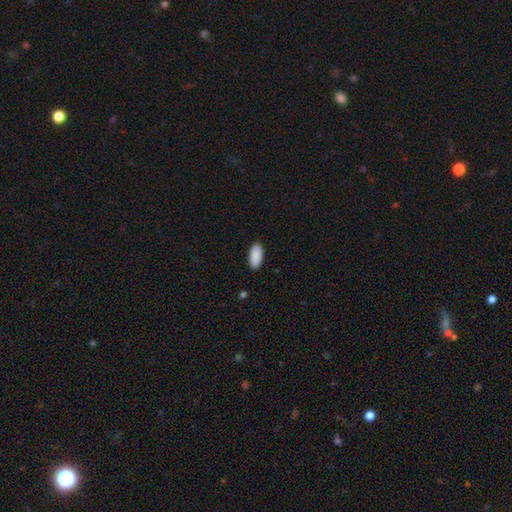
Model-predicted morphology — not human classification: The model was most divided on "merging": none: 90%, minor disturbance: 8%, major disturbance: 2%, merger: 1%. More confident: how rounded — in between (92%); smooth or featured — smooth (91%).